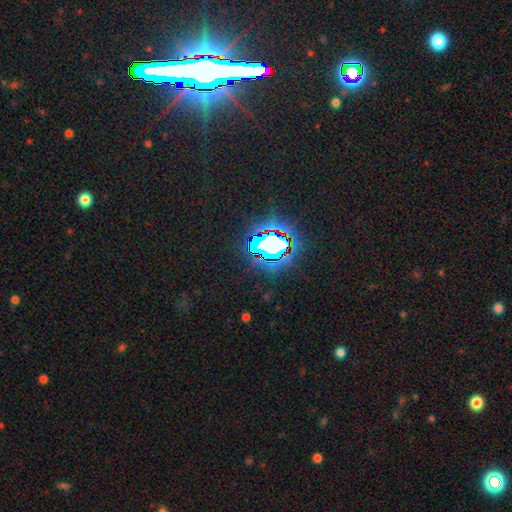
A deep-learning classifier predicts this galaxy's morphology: star or artifact 82%, smooth 9%, featured or disk 9%.